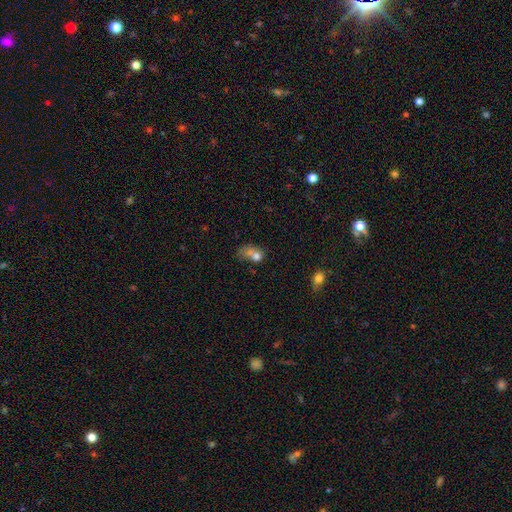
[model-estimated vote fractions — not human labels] A smooth galaxy with no disk features (67%) that is in between round and cigar-shaped (63%).

Vote fractions:
- Smooth or featured? smooth: 67% / featured or disk: 20% / star or artifact: 13%
- How rounded? in between: 63% / round: 35% / cigar-shaped: 2%
- Merging? merger: 37% / major disturbance: 26% / none: 21% / minor disturbance: 16%